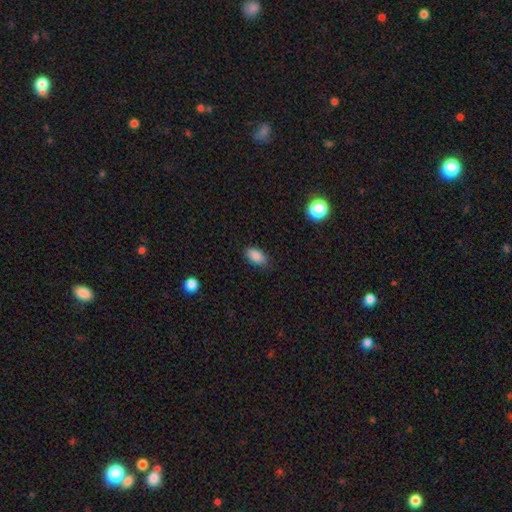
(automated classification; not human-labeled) This is clearly a smooth galaxy (86%). How rounded: clearly in between (92%). Merging: clearly none (83%).